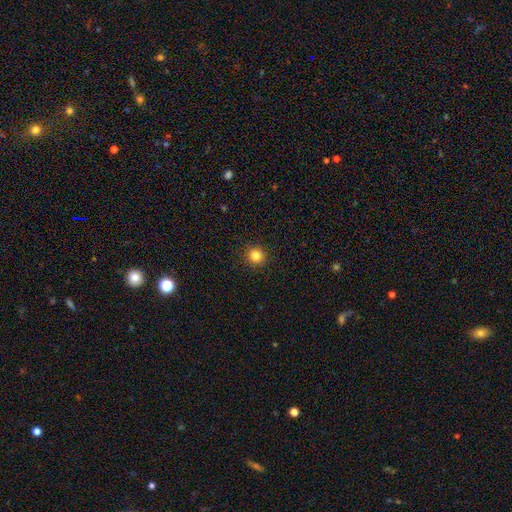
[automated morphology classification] Smooth or featured? smooth (83%)
How rounded? round (95%)
Merging? none (93%)